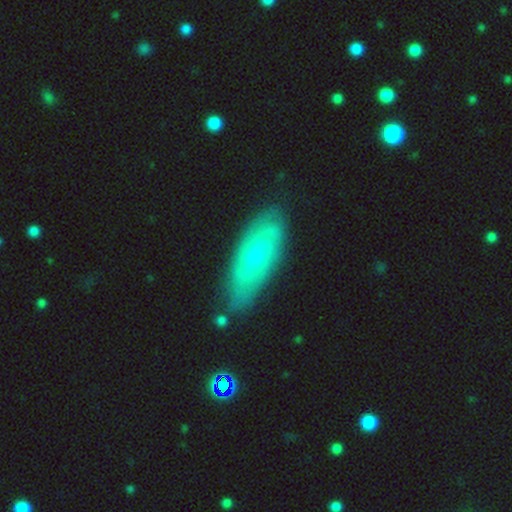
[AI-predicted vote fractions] featured or disk 59%, smooth 35%, star or artifact 6%. Down the decision tree: edge-on disk — no (87%); bar — no (75%); spiral arms — yes (77%); bulge size — small (74%); merging — none (74%).